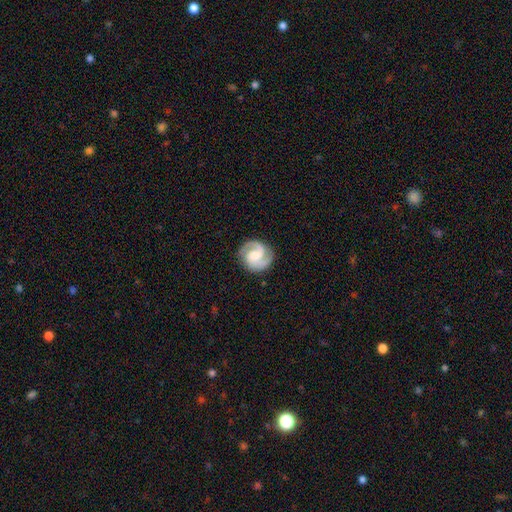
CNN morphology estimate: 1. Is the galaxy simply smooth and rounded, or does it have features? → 87% featured or disk, 8% smooth, 5% star or artifact.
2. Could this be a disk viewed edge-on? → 98% no, 2% yes.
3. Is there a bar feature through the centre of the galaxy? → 47% weak, 38% no, 15% strong.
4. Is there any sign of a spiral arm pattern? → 98% yes, 2% no.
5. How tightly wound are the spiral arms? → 53% medium, 36% tight, 11% loose.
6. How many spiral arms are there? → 92% 2, 2% can't tell, 2% 3, 2% 1, 1% 4, 1% more than 4.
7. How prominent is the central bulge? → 50% moderate, 30% small, 10% large, 9% none, 2% dominant.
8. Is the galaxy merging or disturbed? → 85% none, 11% minor disturbance, 3% major disturbance, 1% merger.